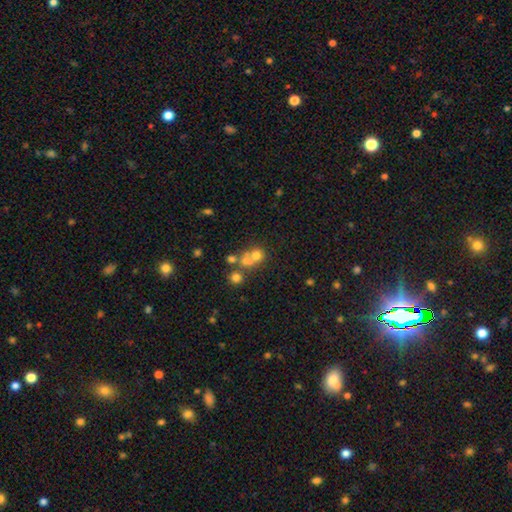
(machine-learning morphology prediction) Overall: smooth (60%; featured or disk 22%). How rounded: round (80%). Merging: merger (48%; none 38%).